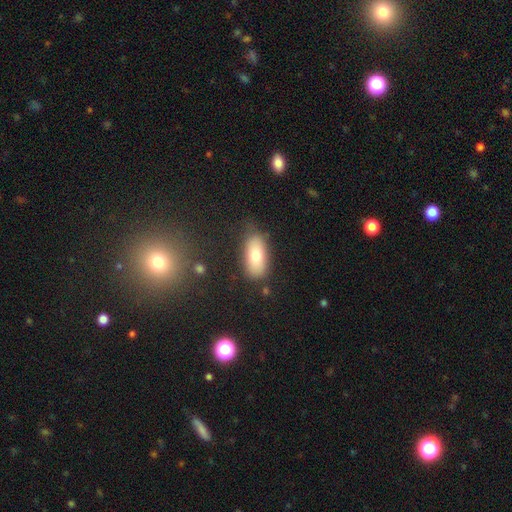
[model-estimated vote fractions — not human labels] Smooth or featured: smooth — 74% (featured or disk — 18%)
How rounded: in between — 88% (cigar-shaped — 9%)
Merging: none — 74% (minor disturbance — 18%)